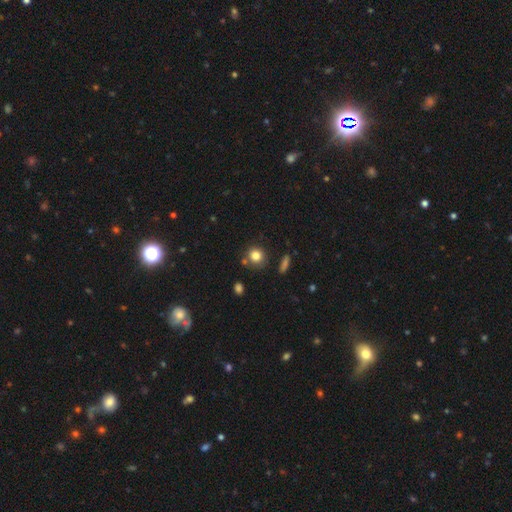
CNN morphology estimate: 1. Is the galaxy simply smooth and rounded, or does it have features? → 82% smooth, 11% star or artifact, 7% featured or disk.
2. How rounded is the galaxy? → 85% round, 14% in between, 1% cigar-shaped.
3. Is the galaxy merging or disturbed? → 75% none, 13% minor disturbance, 9% merger, 4% major disturbance.